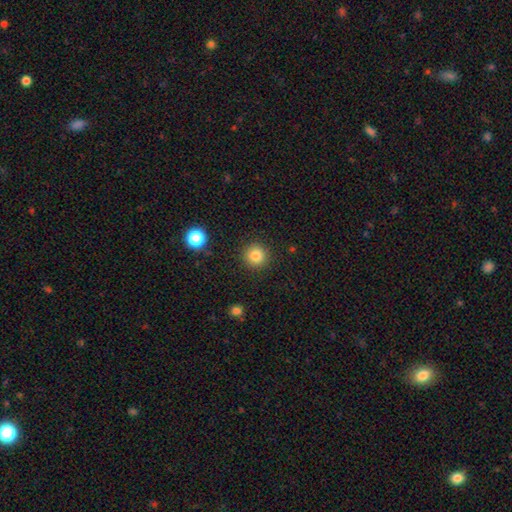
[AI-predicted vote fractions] Smooth or featured: smooth — 83% (star or artifact — 11%)
How rounded: round — 95% (in between — 4%)
Merging: none — 91% (minor disturbance — 6%)